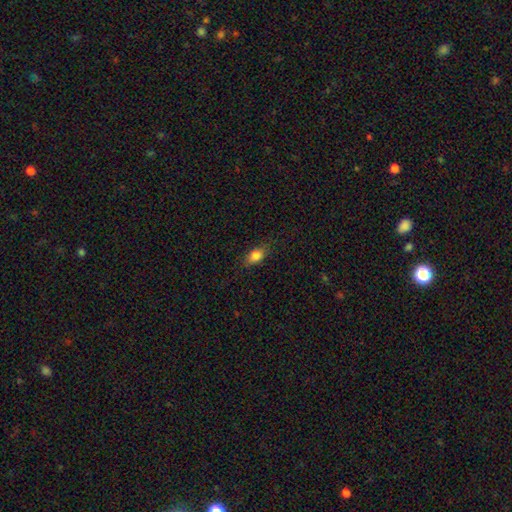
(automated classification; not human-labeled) Smooth or featured: smooth — 82% (featured or disk — 9%)
How rounded: in between — 80% (round — 15%)
Merging: none — 82% (minor disturbance — 14%)